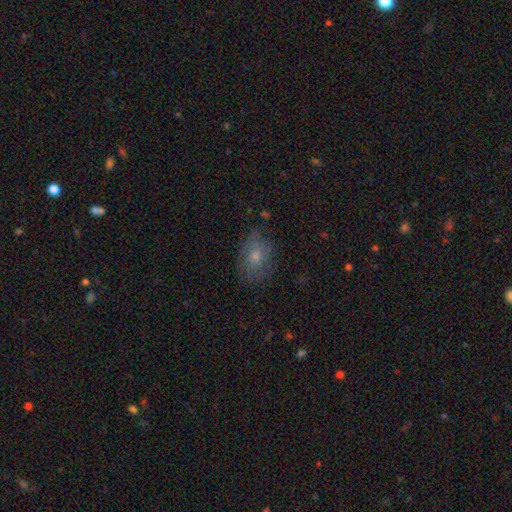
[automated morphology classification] A smooth galaxy with no disk features (69%) that is in between round and cigar-shaped (68%). Merging: none (69%).